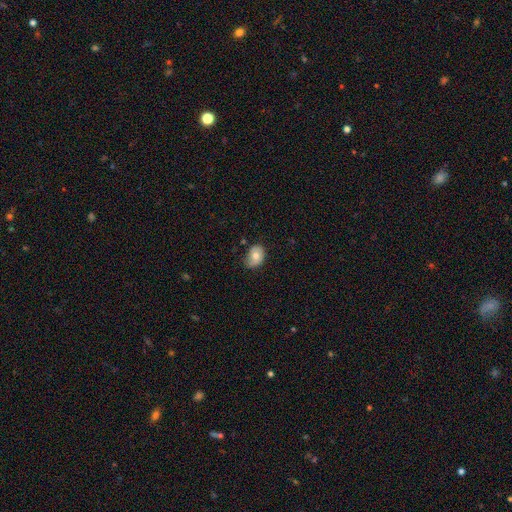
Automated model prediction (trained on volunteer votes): Smooth or featured?
  - smooth: 63% *
  - featured or disk: 29%
  - star or artifact: 8%
How rounded?
  - in between: 69% *
  - round: 30%
  - cigar-shaped: 1%
Merging?
  - none: 62% *
  - minor disturbance: 30%
  - major disturbance: 6%
  - merger: 2%